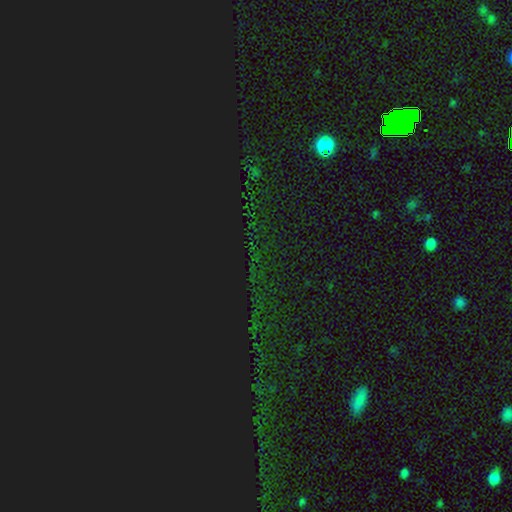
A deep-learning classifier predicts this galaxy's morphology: This is clearly a star or artifact rather than a galaxy (83%).